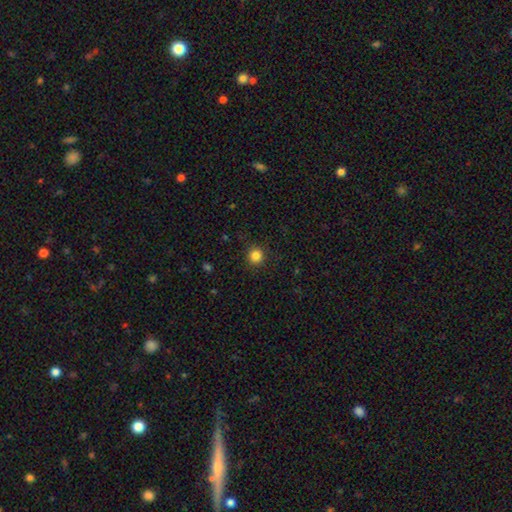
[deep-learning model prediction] Smooth or featured: smooth — 84% (star or artifact — 12%)
How rounded: round — 94% (in between — 5%)
Merging: none — 92% (minor disturbance — 5%)